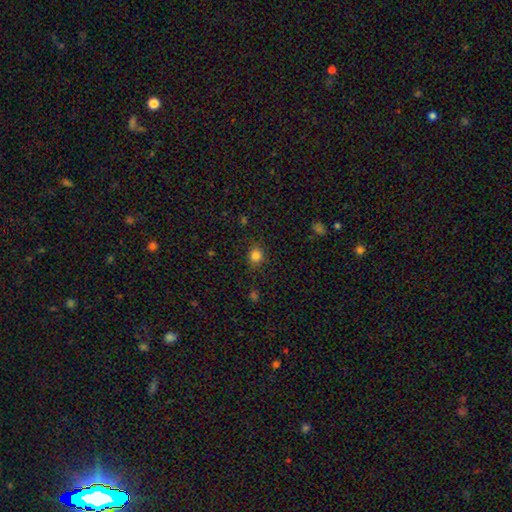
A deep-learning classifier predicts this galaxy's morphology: smooth-or-featured: smooth: 83% | star or artifact: 13% | featured or disk: 4%
  how-rounded: round: 78% | in between: 21% | cigar-shaped: 1%
  merging: none: 84% | minor disturbance: 11% | major disturbance: 3% | merger: 1%